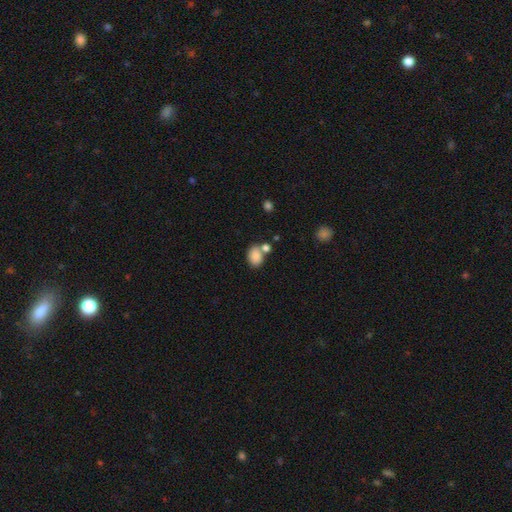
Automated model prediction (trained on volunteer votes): smooth-or-featured: smooth: 85% | star or artifact: 9% | featured or disk: 6%
  how-rounded: in between: 71% | round: 28% | cigar-shaped: 1%
  merging: none: 53% | merger: 29% | minor disturbance: 13% | major disturbance: 5%